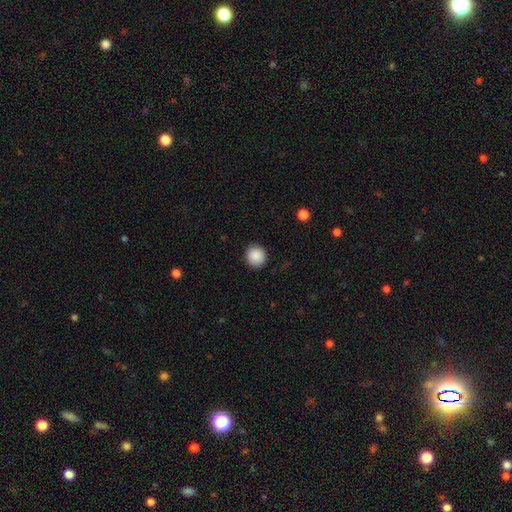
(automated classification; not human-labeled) A smooth galaxy with no disk features (89%) that is round (90%).

Vote fractions:
- Smooth or featured? smooth: 89% / star or artifact: 8% / featured or disk: 3%
- How rounded? round: 90% / in between: 9% / cigar-shaped: 1%
- Merging? none: 91% / minor disturbance: 6% / major disturbance: 2% / merger: 1%